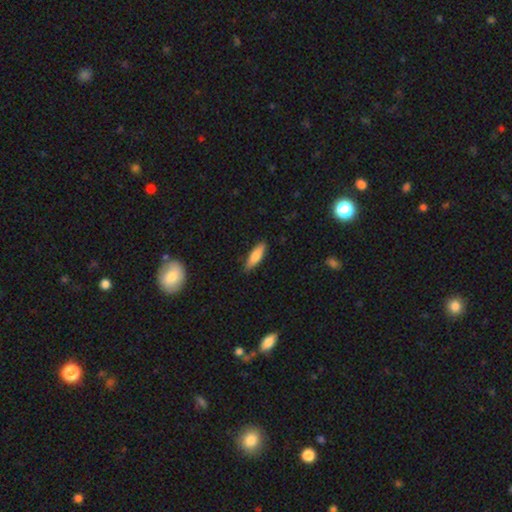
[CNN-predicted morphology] smooth-or-featured: smooth: 80% | featured or disk: 14% | star or artifact: 6%
  how-rounded: cigar-shaped: 53% | in between: 45% | round: 2%
  merging: none: 83% | minor disturbance: 13% | major disturbance: 2% | merger: 1%